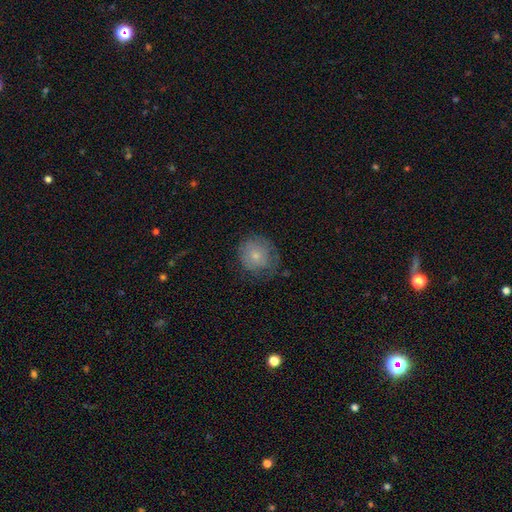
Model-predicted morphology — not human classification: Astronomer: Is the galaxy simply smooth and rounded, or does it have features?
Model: smooth — 72%.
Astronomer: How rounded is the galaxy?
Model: round — 85%.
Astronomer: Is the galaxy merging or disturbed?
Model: none — 63%.